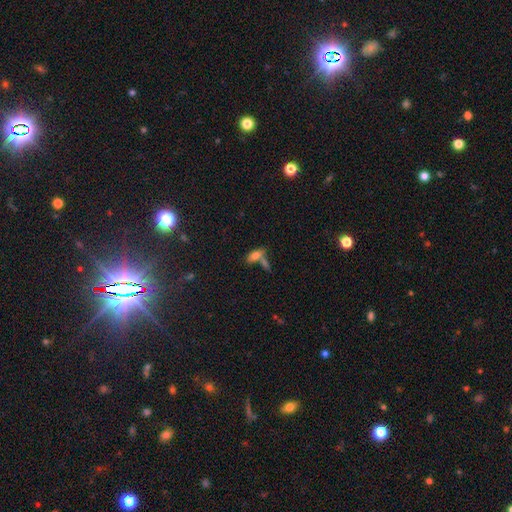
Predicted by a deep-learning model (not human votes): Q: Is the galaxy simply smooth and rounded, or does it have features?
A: smooth — 73%.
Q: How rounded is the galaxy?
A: in between — 76%.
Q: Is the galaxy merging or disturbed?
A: none — 42%.